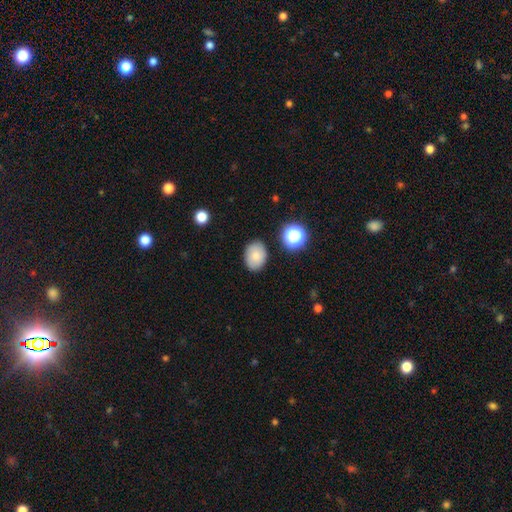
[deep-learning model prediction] smooth_or_featured: smooth (p=0.80) [alt: featured or disk p=0.10]
how_rounded: in between (p=0.66) [alt: round p=0.33]
merging: none (p=0.84) [alt: minor disturbance p=0.11]